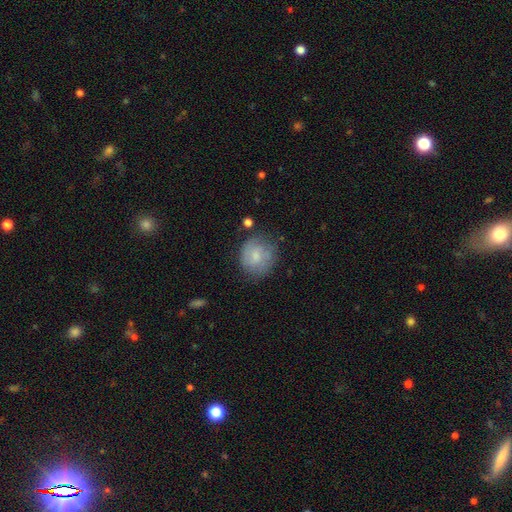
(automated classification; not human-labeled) Smooth or featured? smooth (67%)
How rounded? round (81%)
Merging? none (68%)